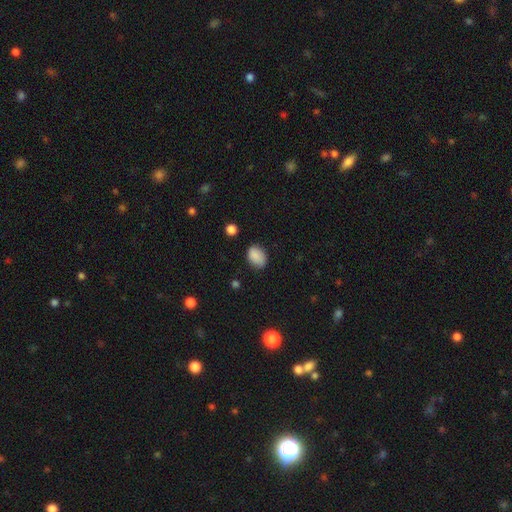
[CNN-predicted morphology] Smooth or featured? Predicted: smooth (p=0.87). How rounded? Predicted: in between (p=0.75). Merging? Predicted: none (p=0.76).